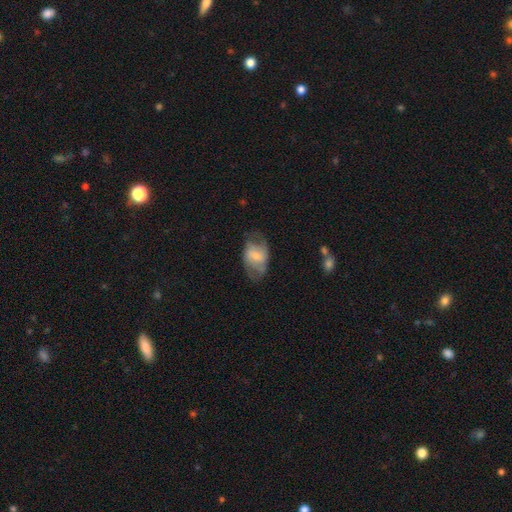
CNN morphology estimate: Smooth or featured: smooth — 47% (featured or disk — 46%)
Merging: none — 54% (minor disturbance — 26%)